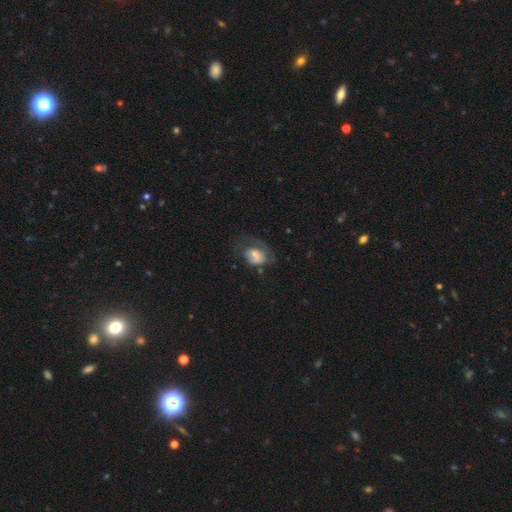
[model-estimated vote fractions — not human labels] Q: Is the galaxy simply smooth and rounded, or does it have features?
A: smooth — 50%.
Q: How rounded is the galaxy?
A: in between — 69%.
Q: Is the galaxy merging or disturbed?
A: major disturbance — 42%.